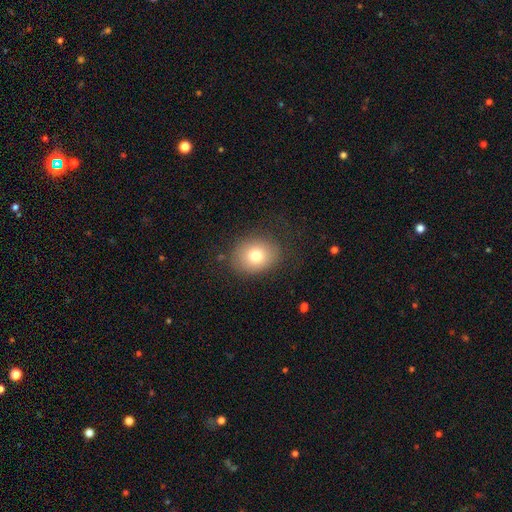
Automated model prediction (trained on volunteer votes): Smooth or featured: smooth — 76% (featured or disk — 13%)
How rounded: round — 56% (in between — 43%)
Merging: none — 81% (minor disturbance — 12%)